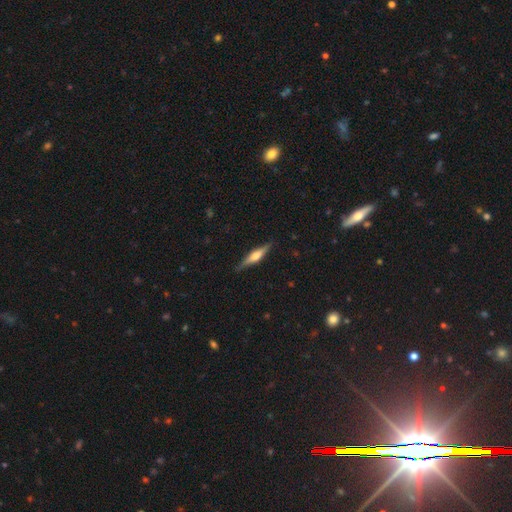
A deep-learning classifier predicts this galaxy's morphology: Smooth or featured: featured or disk — 63% (smooth — 31%)
Edge-on disk: yes — 97% (no — 3%)
Edge-on bulge: rounded — 83% (boxy — 12%)
Merging: none — 86% (minor disturbance — 11%)